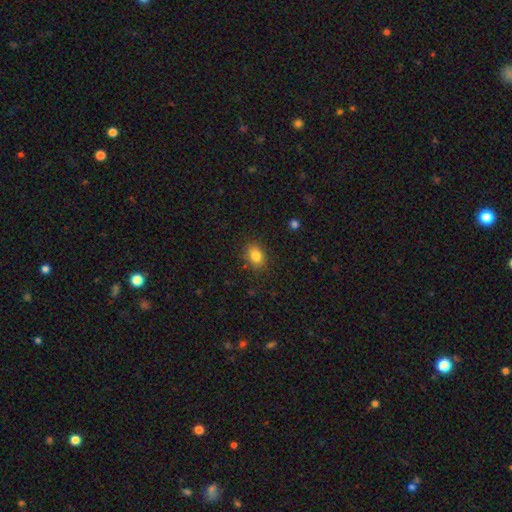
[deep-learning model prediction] This appears to be a smooth galaxy with no disk features (84%) that is in between round and cigar-shaped (66%). Merging: none (85%).